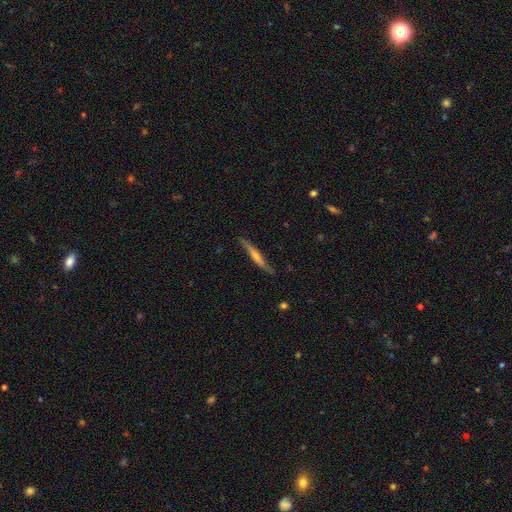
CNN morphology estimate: A featured or disk galaxy (64%) viewed edge-on (93%) with a rounded central bulge (62%). Merging: none (82%).